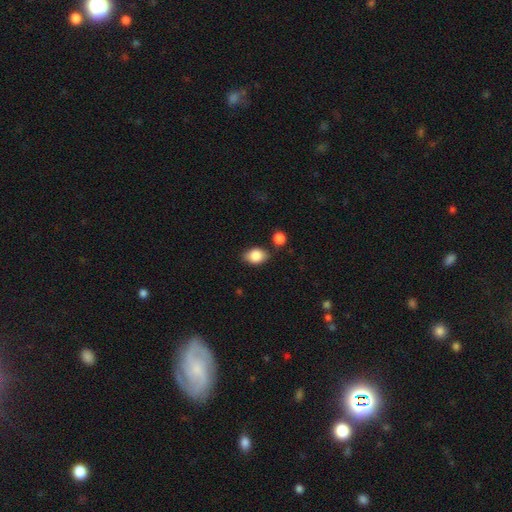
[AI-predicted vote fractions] A smooth galaxy with no disk features (84%) that is in between round and cigar-shaped (80%).

Vote fractions:
- Smooth or featured? smooth: 84% / featured or disk: 8% / star or artifact: 7%
- How rounded? in between: 80% / round: 19% / cigar-shaped: 1%
- Merging? none: 76% / minor disturbance: 14% / merger: 7% / major disturbance: 3%